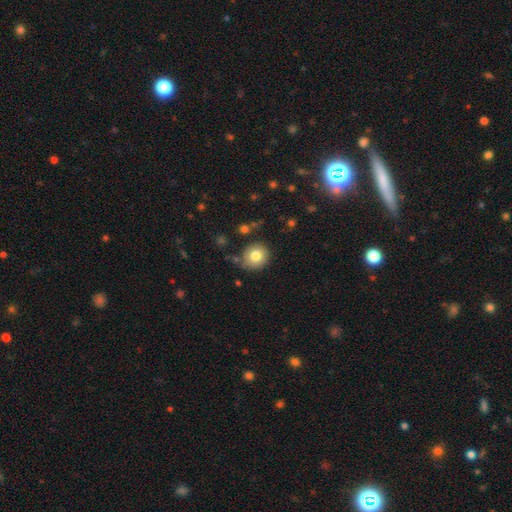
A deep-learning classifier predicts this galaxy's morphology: Smooth or featured? smooth (80%)
How rounded? round (88%)
Merging? none (80%)